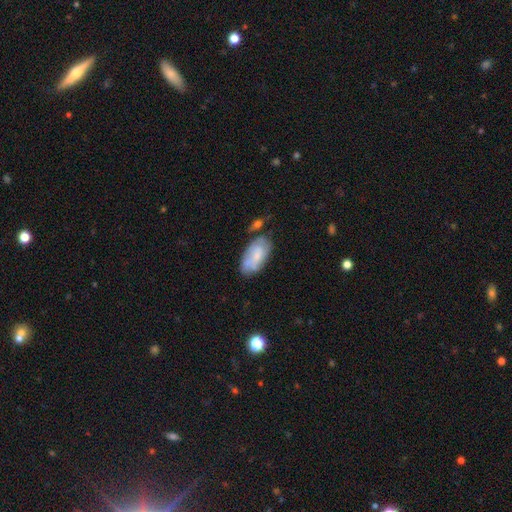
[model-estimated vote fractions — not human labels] smooth 56%, featured or disk 37%, star or artifact 7%. Down the decision tree: how rounded — in between (93%); merging — none (52%).